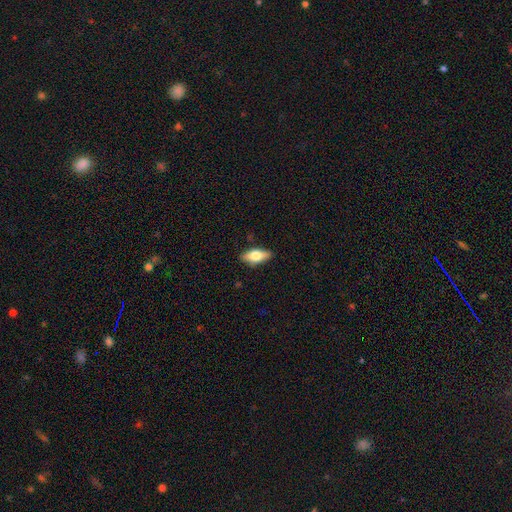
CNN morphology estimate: The model was most divided on "smooth or featured": smooth: 66%, featured or disk: 27%, star or artifact: 7%. More confident: merging — none (86%); how rounded — in between (81%).